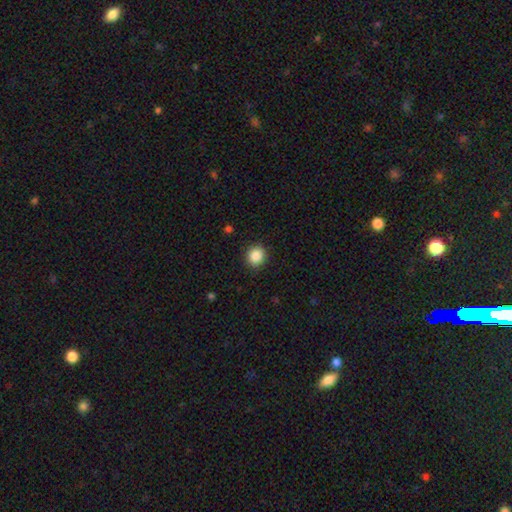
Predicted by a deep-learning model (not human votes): The model was most divided on "how rounded": round: 85%, in between: 14%, cigar-shaped: 1%. More confident: merging — none (90%); smooth or featured — smooth (87%).